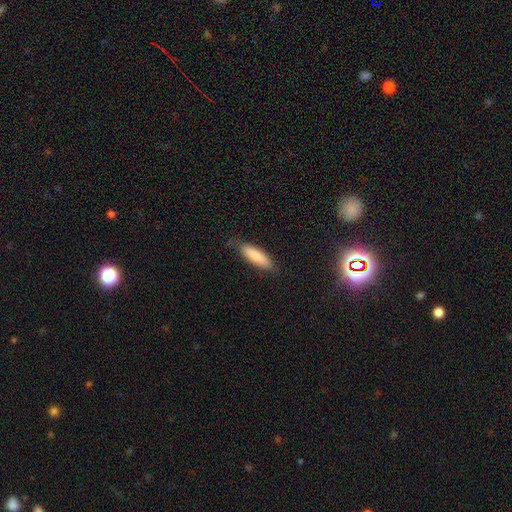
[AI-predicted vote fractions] Q: Smooth or featured?
A: smooth (85%); runner-up: featured or disk (10%)
Q: How rounded?
A: cigar-shaped (57%); runner-up: in between (42%)
Q: Merging?
A: none (80%); runner-up: minor disturbance (16%)